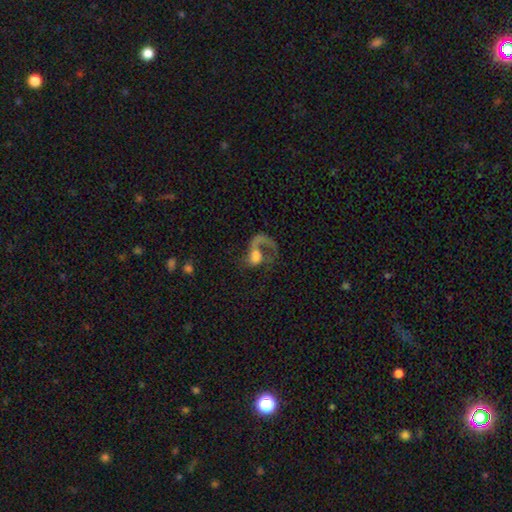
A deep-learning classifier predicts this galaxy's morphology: A featured or disk galaxy (64%) with no bar (73%), spiral arms (77%) and a moderate central bulge (37%).

Vote fractions:
- Smooth or featured? featured or disk: 64% / smooth: 27% / star or artifact: 10%
- Edge-on disk? no: 97% / yes: 3%
- Bar? no: 73% / weak: 21% / strong: 6%
- Spiral arms? yes: 77% / no: 23%
- Bulge size? moderate: 37% / large: 26% / small: 17% / none: 14% / dominant: 6%
- Merging? major disturbance: 51% / none: 26% / merger: 12% / minor disturbance: 11%